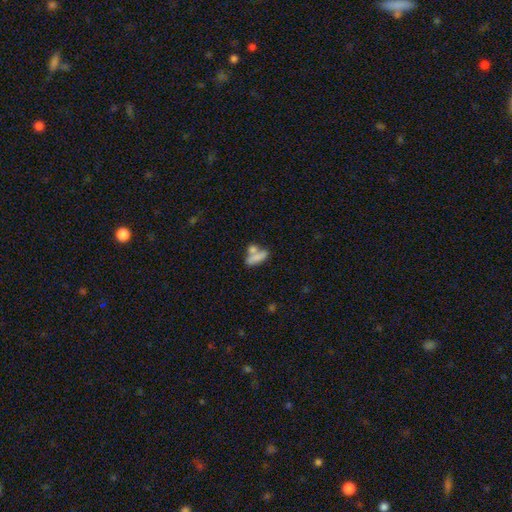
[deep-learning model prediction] Smooth or featured?
  - smooth: 74% *
  - featured or disk: 17%
  - star or artifact: 9%
How rounded?
  - in between: 60% *
  - cigar-shaped: 34%
  - round: 6%
Merging?
  - merger: 44% *
  - none: 38%
  - minor disturbance: 12%
  - major disturbance: 6%